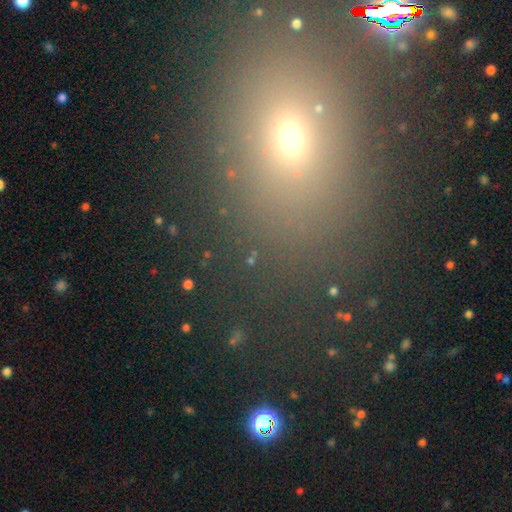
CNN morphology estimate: Q: Smooth or featured?
A: smooth (48%); runner-up: star or artifact (39%)
Q: Merging?
A: none (78%); runner-up: minor disturbance (10%)